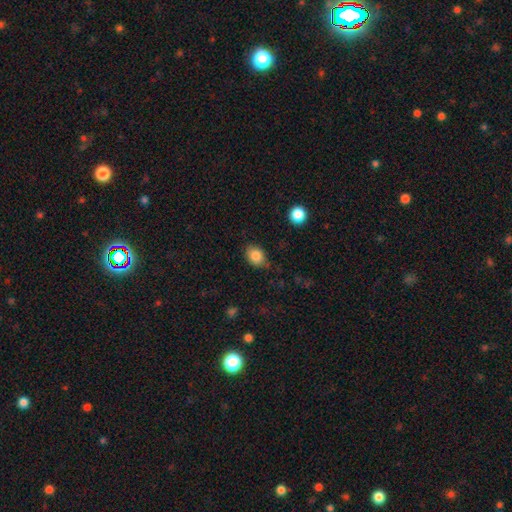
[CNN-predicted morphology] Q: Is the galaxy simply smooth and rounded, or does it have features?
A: smooth — 85%.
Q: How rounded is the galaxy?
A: in between — 64%.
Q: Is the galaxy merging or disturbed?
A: none — 77%.